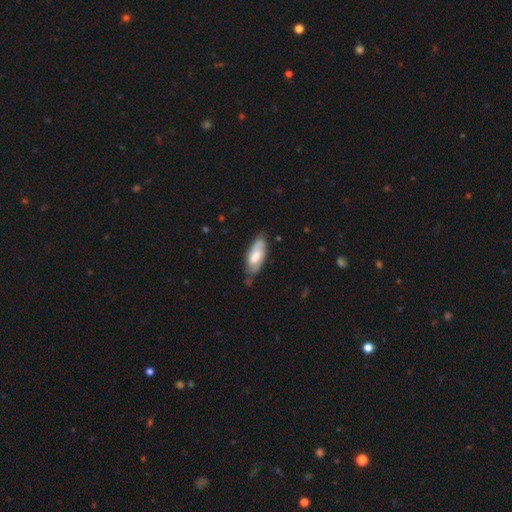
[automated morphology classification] Smooth or featured? Predicted: smooth (p=0.58). How rounded? Predicted: in between (p=0.77). Merging? Predicted: none (p=0.59).